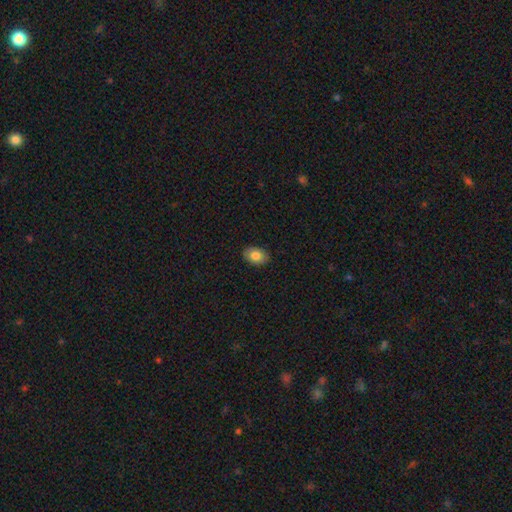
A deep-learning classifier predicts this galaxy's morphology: This is clearly a smooth galaxy (83%). How rounded: likely in between (79%). Merging: clearly none (88%).